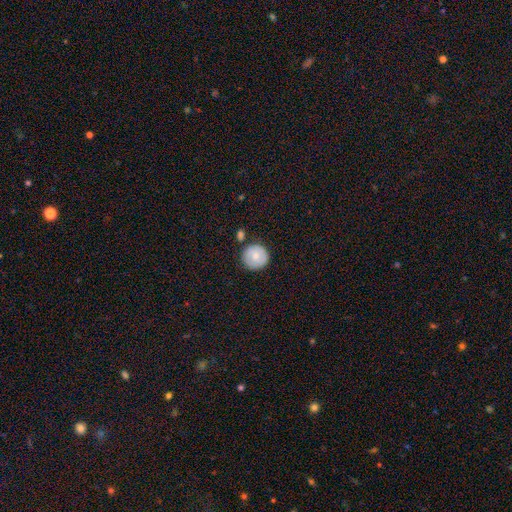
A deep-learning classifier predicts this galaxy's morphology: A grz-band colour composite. It shows a smooth galaxy with no disk features (79%) that is round (94%). Merging: none (81%).